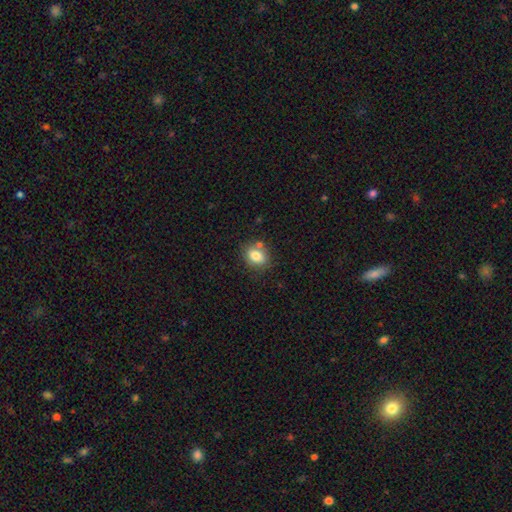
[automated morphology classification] A smooth galaxy with no disk features (81%) that is in between round and cigar-shaped (65%). Merging: none (70%).